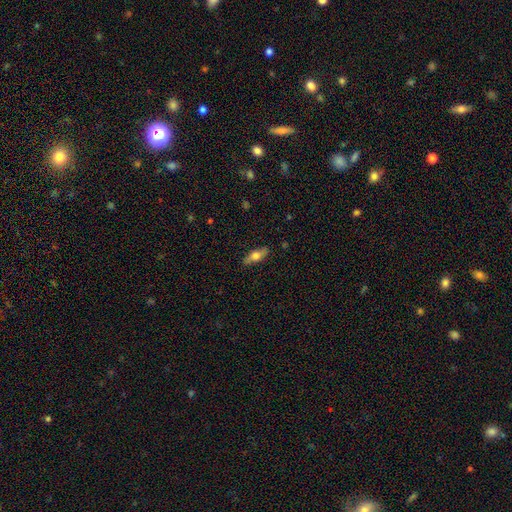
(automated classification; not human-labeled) Smooth or featured? smooth (60%)
How rounded? in between (60%)
Merging? none (85%)